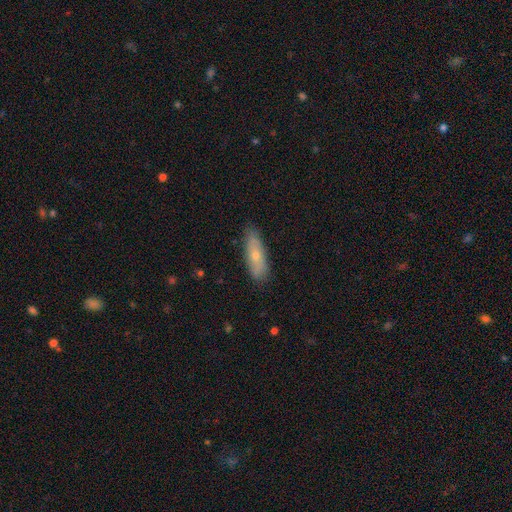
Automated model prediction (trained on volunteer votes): A smooth galaxy with no disk features (62%) that is in between round and cigar-shaped (52%). Merging: none (82%).